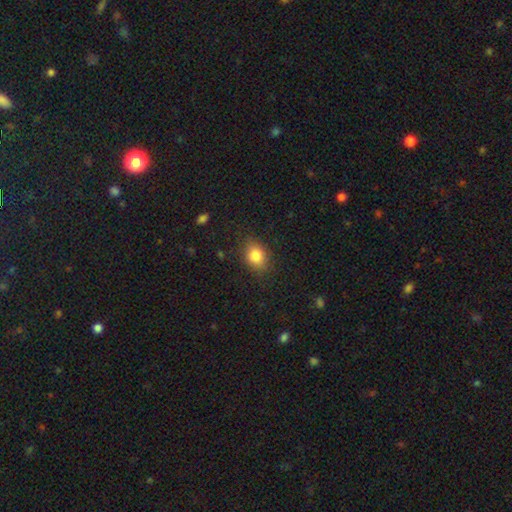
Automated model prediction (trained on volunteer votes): This is clearly a smooth galaxy (83%). How rounded: likely in between (62%). Merging: clearly none (82%).